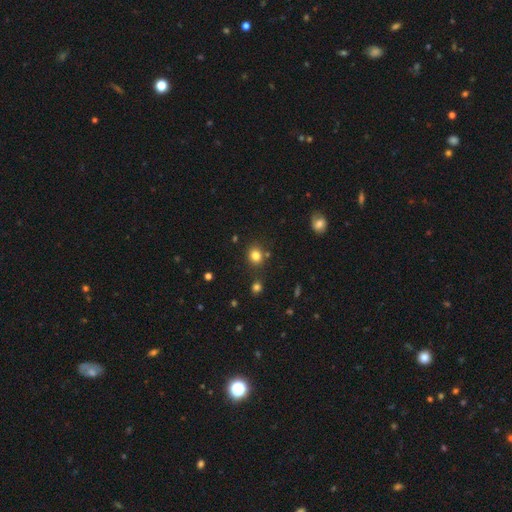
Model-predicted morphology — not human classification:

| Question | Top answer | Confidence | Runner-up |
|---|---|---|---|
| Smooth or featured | smooth | 81% | star or artifact (13%) |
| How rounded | round | 74% | in between (25%) |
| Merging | none | 80% | minor disturbance (10%) |